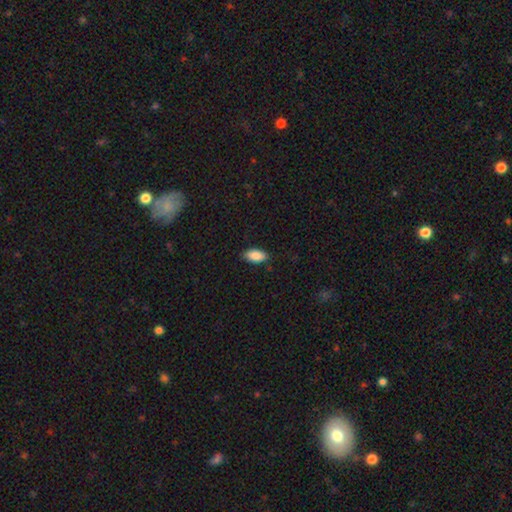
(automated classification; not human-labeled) smooth_or_featured: smooth (p=0.89) [alt: star or artifact p=0.07]
how_rounded: in between (p=0.93) [alt: cigar-shaped p=0.05]
merging: none (p=0.87) [alt: minor disturbance p=0.10]